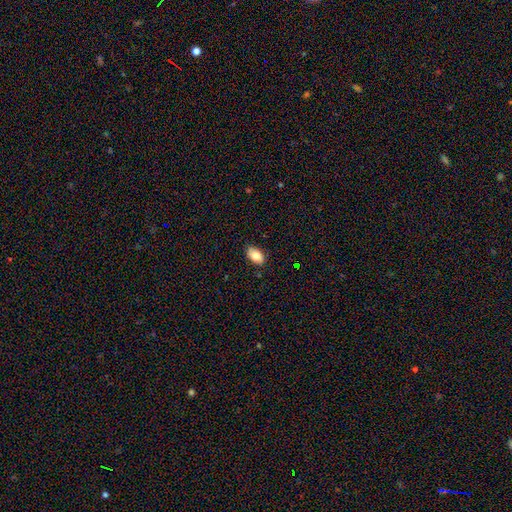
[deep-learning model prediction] Smooth or featured? smooth (78%)
How rounded? in between (91%)
Merging? none (83%)